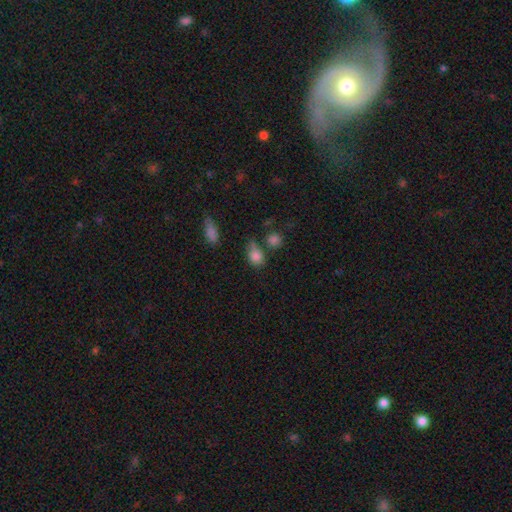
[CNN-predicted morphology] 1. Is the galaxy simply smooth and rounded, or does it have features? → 82% smooth, 11% star or artifact, 6% featured or disk.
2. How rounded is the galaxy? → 52% in between, 46% round, 2% cigar-shaped.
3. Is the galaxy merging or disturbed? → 49% none, 25% minor disturbance, 17% merger, 10% major disturbance.